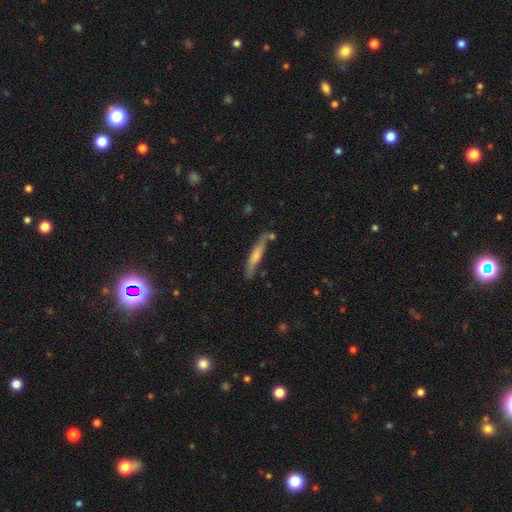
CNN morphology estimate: Smooth or featured?
  - smooth: 58% *
  - featured or disk: 36%
  - star or artifact: 6%
How rounded?
  - cigar-shaped: 88% *
  - in between: 10%
  - round: 2%
Merging?
  - none: 69% *
  - minor disturbance: 18%
  - merger: 8%
  - major disturbance: 5%